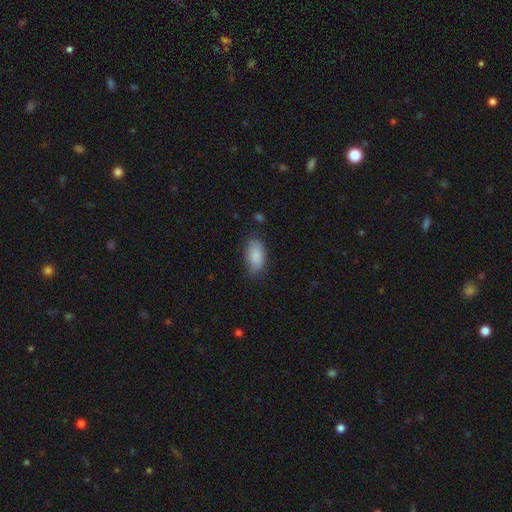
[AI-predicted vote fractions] A smooth galaxy with no disk features (88%) that is in between round and cigar-shaped (93%).

Vote fractions:
- Smooth or featured? smooth: 88% / star or artifact: 7% / featured or disk: 5%
- How rounded? in between: 93% / round: 4% / cigar-shaped: 3%
- Merging? none: 76% / minor disturbance: 18% / major disturbance: 4% / merger: 1%